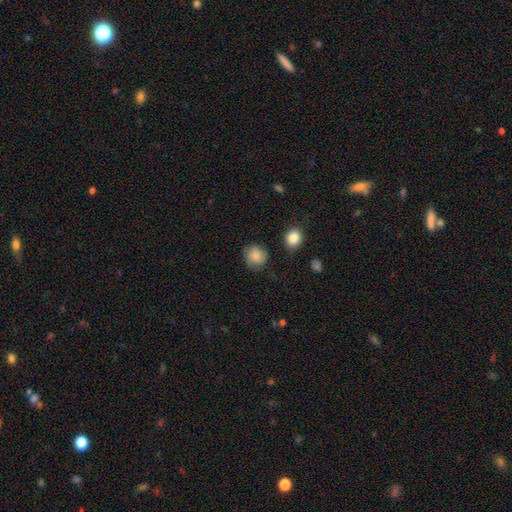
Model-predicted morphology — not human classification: smooth_or_featured: smooth (p=0.83) [alt: featured or disk p=0.09]
how_rounded: round (p=0.83) [alt: in between p=0.16]
merging: none (p=0.79) [alt: minor disturbance p=0.15]